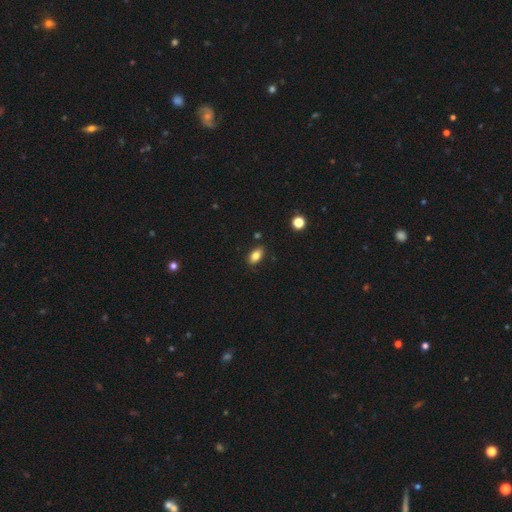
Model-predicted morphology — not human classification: This appears to be a smooth galaxy with no disk features (82%) that is in between round and cigar-shaped (89%). Merging: none (85%).